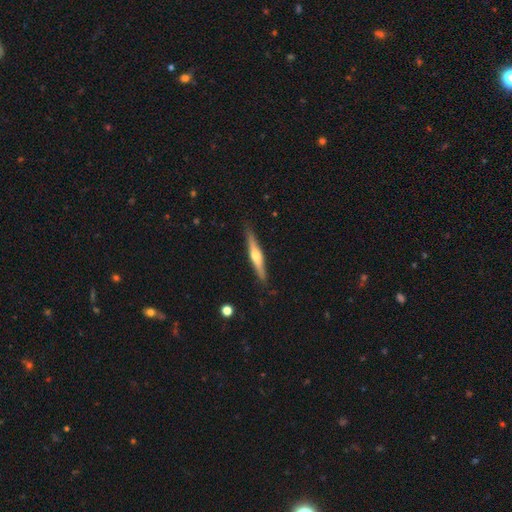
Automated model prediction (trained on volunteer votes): This is likely a featured or disk galaxy (67%). It is clearly viewed edge-on (97%). Edge-on bulge: clearly rounded (90%). Merging: clearly none (89%).